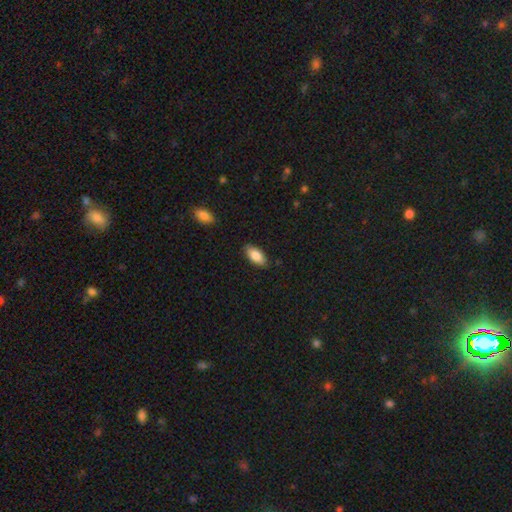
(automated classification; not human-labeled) A smooth galaxy with no disk features (85%) that is in between round and cigar-shaped (91%).

Vote fractions:
- Smooth or featured? smooth: 85% / featured or disk: 8% / star or artifact: 6%
- How rounded? in between: 91% / cigar-shaped: 6% / round: 2%
- Merging? none: 85% / minor disturbance: 11% / major disturbance: 2% / merger: 1%